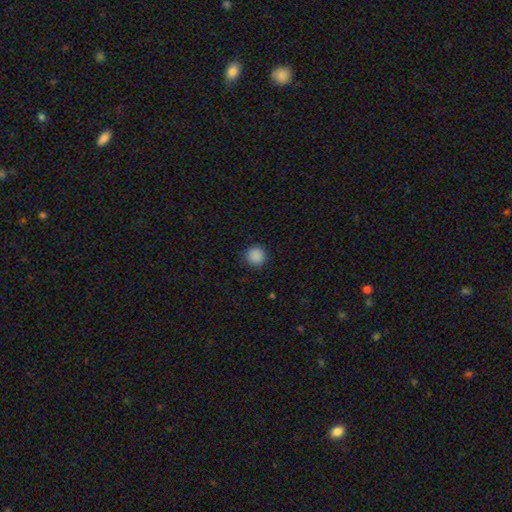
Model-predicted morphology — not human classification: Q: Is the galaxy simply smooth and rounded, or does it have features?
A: smooth — 89%.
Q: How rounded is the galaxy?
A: round — 94%.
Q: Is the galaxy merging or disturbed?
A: none — 91%.